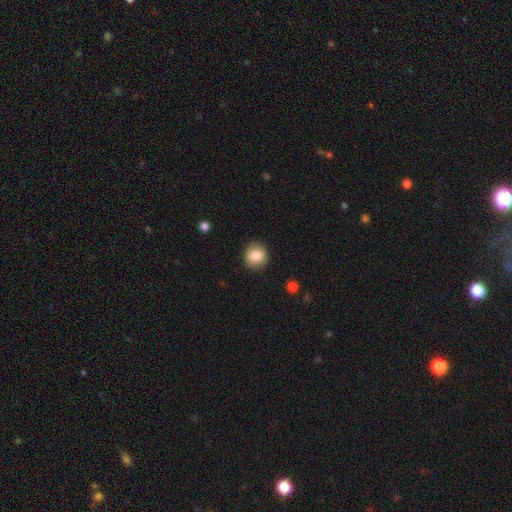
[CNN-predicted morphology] smooth_or_featured: smooth (p=0.83) [alt: star or artifact p=0.09]
how_rounded: round (p=0.84) [alt: in between p=0.15]
merging: none (p=0.88) [alt: minor disturbance p=0.09]